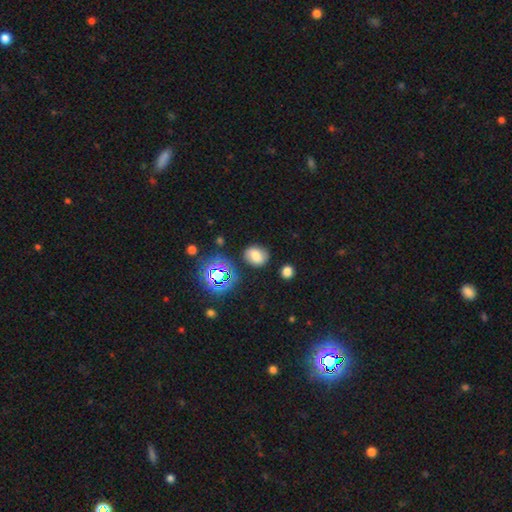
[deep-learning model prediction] Q: Smooth or featured?
A: smooth (60%); runner-up: featured or disk (21%)
Q: How rounded?
A: in between (50%); runner-up: round (49%)
Q: Merging?
A: none (75%); runner-up: minor disturbance (16%)